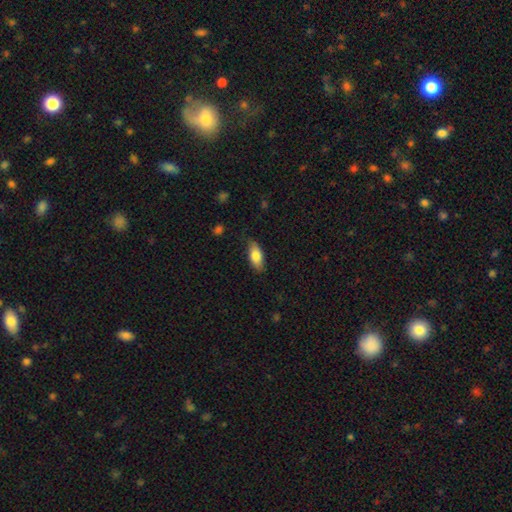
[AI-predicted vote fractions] smooth 78%, featured or disk 15%, star or artifact 6%. Down the decision tree: how rounded — in between (83%); merging — none (77%).